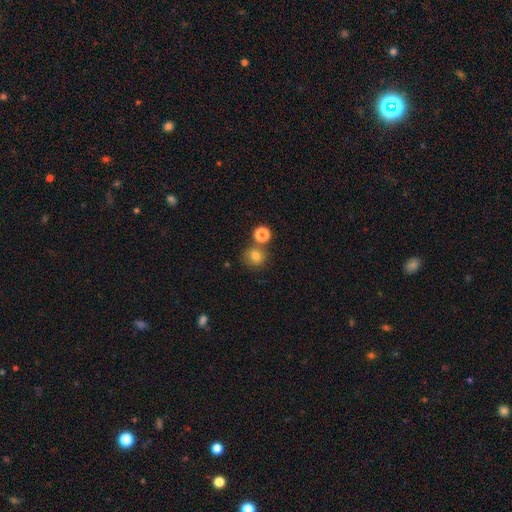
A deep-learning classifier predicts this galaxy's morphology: Smooth or featured: smooth — 78% (star or artifact — 14%)
How rounded: round — 85% (in between — 14%)
Merging: none — 68% (merger — 19%)